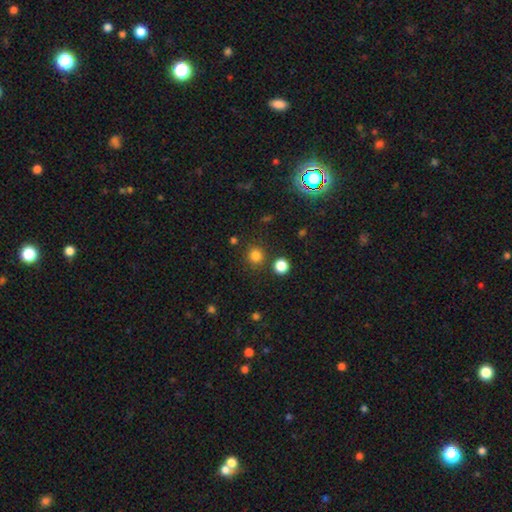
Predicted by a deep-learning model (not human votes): smooth_or_featured: smooth (p=0.81) [alt: star or artifact p=0.15]
how_rounded: round (p=0.91) [alt: in between p=0.08]
merging: none (p=0.85) [alt: minor disturbance p=0.07]